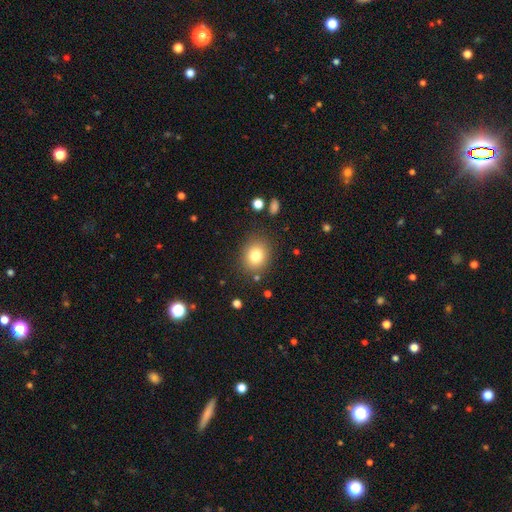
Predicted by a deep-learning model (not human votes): This is likely a smooth galaxy (80%). How rounded: likely round (67%). Merging: clearly none (84%).